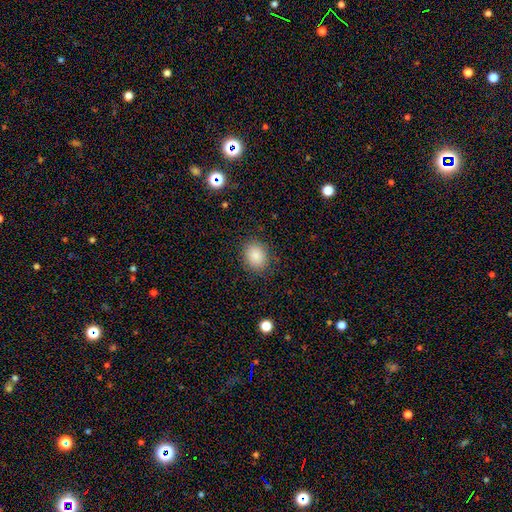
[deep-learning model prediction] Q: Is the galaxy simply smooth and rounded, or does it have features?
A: smooth — 86%.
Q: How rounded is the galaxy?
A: round — 51%.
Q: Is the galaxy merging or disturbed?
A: none — 85%.